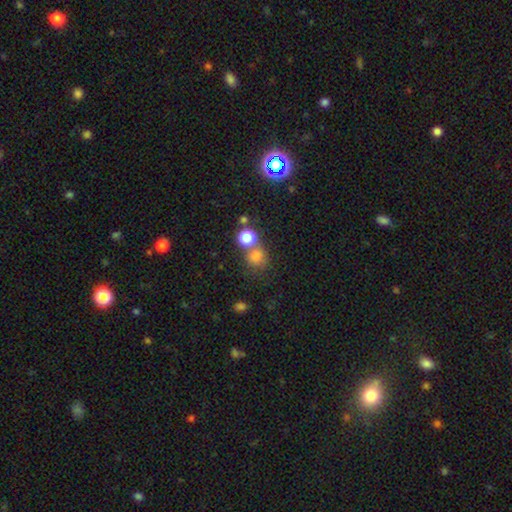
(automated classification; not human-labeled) Smooth or featured: smooth — 76% (star or artifact — 16%)
How rounded: round — 79% (in between — 20%)
Merging: none — 51% (merger — 35%)